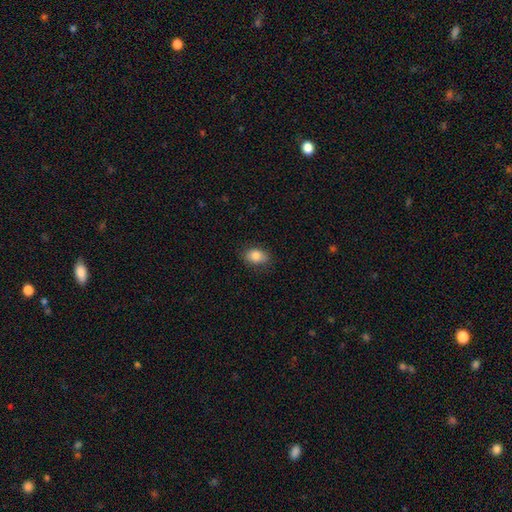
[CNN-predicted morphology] Smooth or featured? smooth (84%)
How rounded? in between (81%)
Merging? none (81%)